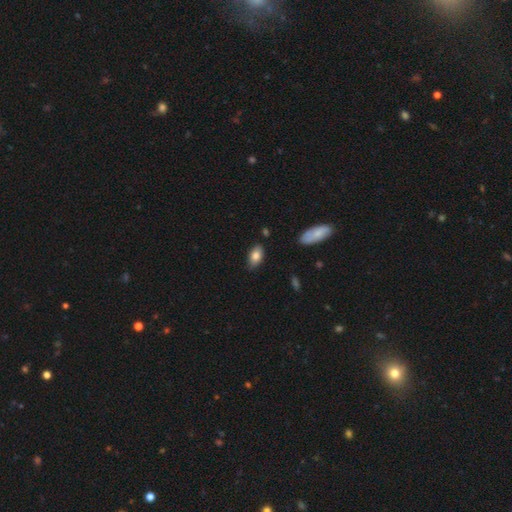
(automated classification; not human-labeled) A smooth galaxy with no disk features (82%) that is in between round and cigar-shaped (92%).

Vote fractions:
- Smooth or featured? smooth: 82% / featured or disk: 11% / star or artifact: 7%
- How rounded? in between: 92% / round: 5% / cigar-shaped: 4%
- Merging? none: 80% / minor disturbance: 15% / major disturbance: 2% / merger: 2%